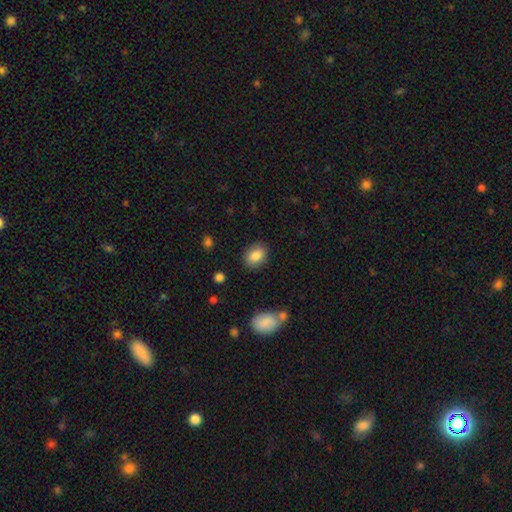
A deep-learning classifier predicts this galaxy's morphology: Smooth or featured? Predicted: smooth (p=0.84). How rounded? Predicted: in between (p=0.67). Merging? Predicted: none (p=0.85).